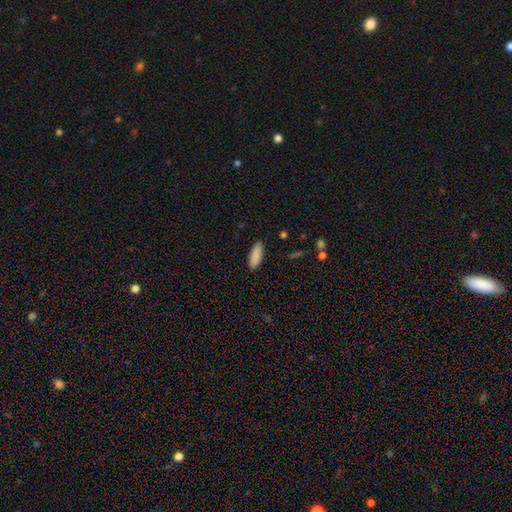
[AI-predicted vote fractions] smooth-or-featured: smooth: 89% | star or artifact: 7% | featured or disk: 5%
  how-rounded: in between: 61% | cigar-shaped: 37% | round: 2%
  merging: none: 88% | minor disturbance: 9% | major disturbance: 2% | merger: 1%